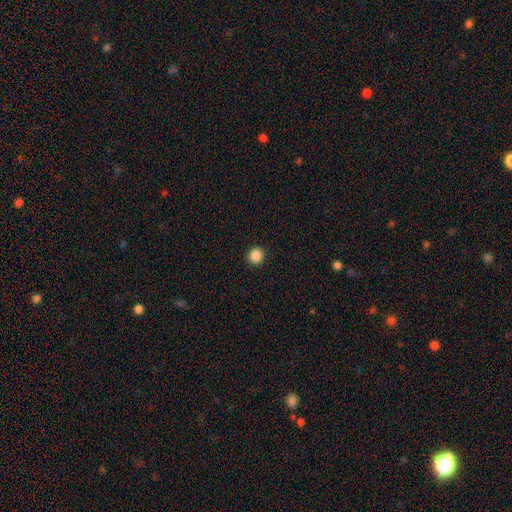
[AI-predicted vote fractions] This is clearly a smooth galaxy (87%). How rounded: clearly round (93%). Merging: clearly none (93%).